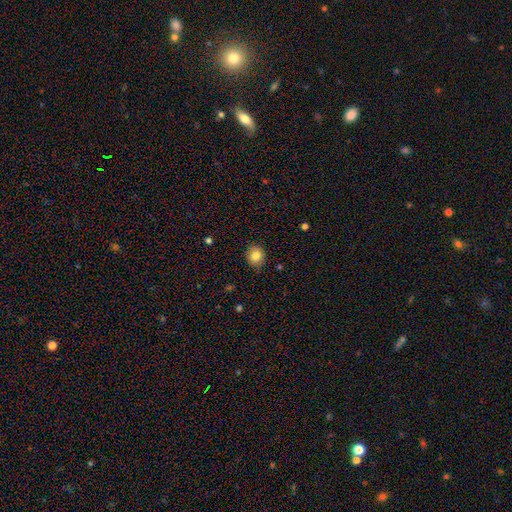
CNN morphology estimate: Smooth or featured: smooth — 84% (star or artifact — 10%)
How rounded: round — 70% (in between — 30%)
Merging: none — 85% (minor disturbance — 12%)